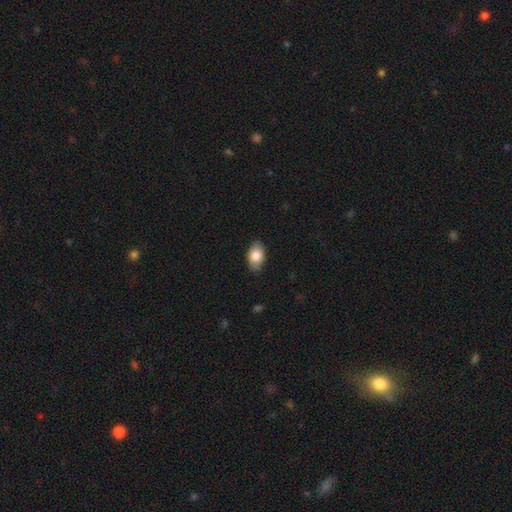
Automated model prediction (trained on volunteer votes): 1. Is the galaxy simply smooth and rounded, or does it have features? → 80% smooth, 14% featured or disk, 6% star or artifact.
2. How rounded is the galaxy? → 92% in between, 6% round, 2% cigar-shaped.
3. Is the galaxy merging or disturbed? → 84% none, 13% minor disturbance, 2% major disturbance, 1% merger.